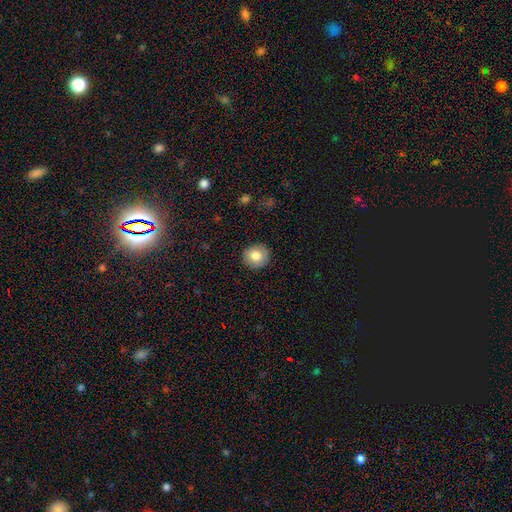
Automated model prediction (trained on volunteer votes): smooth_or_featured: smooth (p=0.81) [alt: featured or disk p=0.11]
how_rounded: round (p=0.90) [alt: in between p=0.09]
merging: none (p=0.89) [alt: minor disturbance p=0.08]